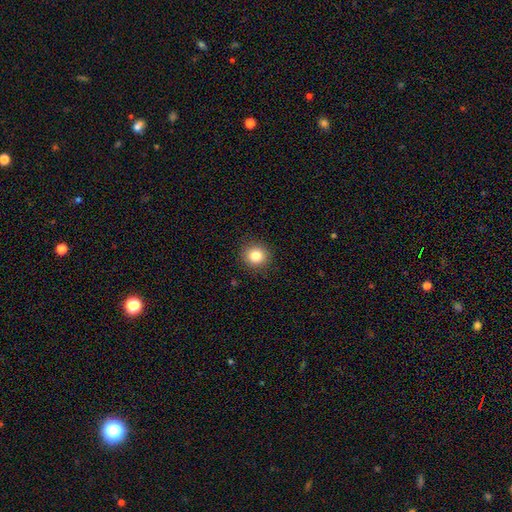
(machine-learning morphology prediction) Smooth or featured? Predicted: smooth (p=0.83). How rounded? Predicted: round (p=0.91). Merging? Predicted: none (p=0.91).